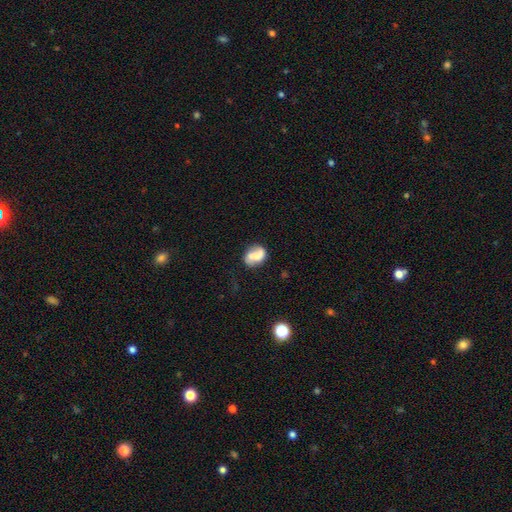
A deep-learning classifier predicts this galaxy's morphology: A featured or disk galaxy (48%).

Vote fractions:
- Smooth or featured? featured or disk: 48% / smooth: 43% / star or artifact: 9%
- Merging? none: 52% / minor disturbance: 22% / merger: 17% / major disturbance: 10%